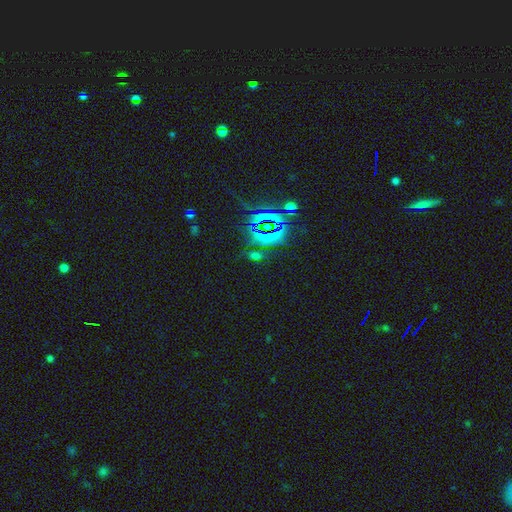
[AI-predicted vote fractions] A star or artifact, not a galaxy (79%).

Vote fractions:
- Smooth or featured? star or artifact: 79% / smooth: 12% / featured or disk: 9%